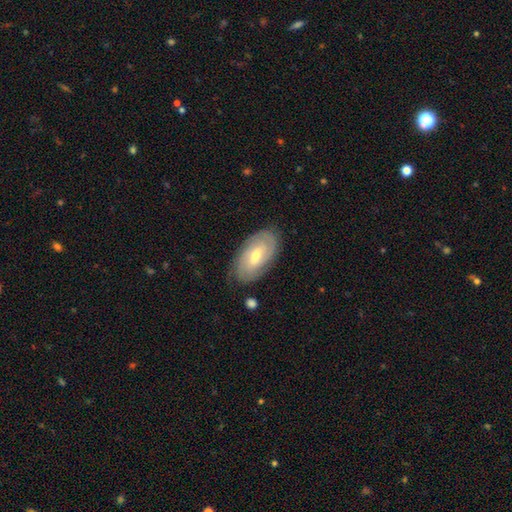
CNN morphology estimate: type=featured or disk (66%); edge-on=no (91%); bar=weak (49%); spiral arms=yes (83%); bulge=moderate (55%); merging=none (83%).